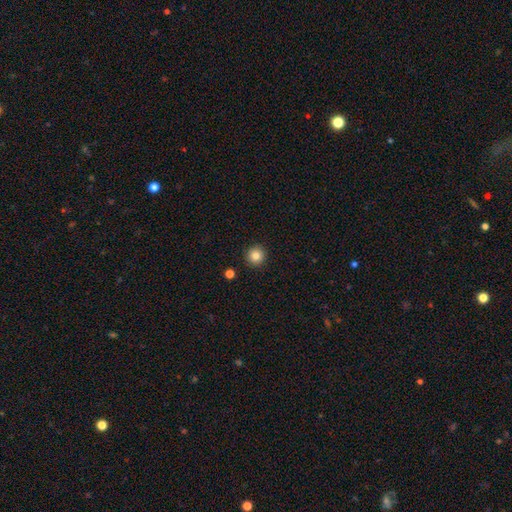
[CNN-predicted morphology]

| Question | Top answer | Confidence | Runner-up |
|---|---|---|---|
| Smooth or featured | smooth | 84% | star or artifact (10%) |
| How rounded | round | 95% | in between (4%) |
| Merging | none | 92% | minor disturbance (5%) |